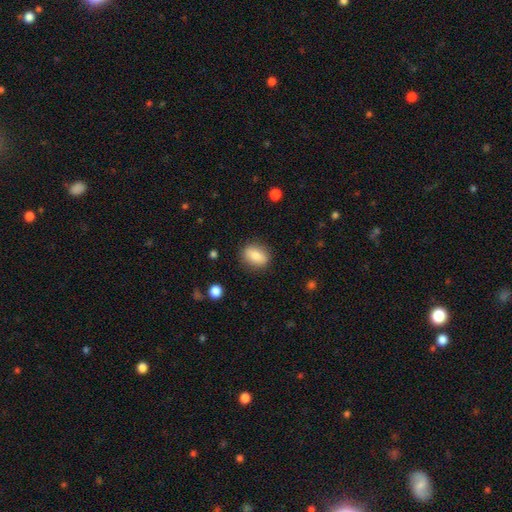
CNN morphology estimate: Smooth or featured? Predicted: smooth (p=0.82). How rounded? Predicted: in between (p=0.76). Merging? Predicted: none (p=0.85).